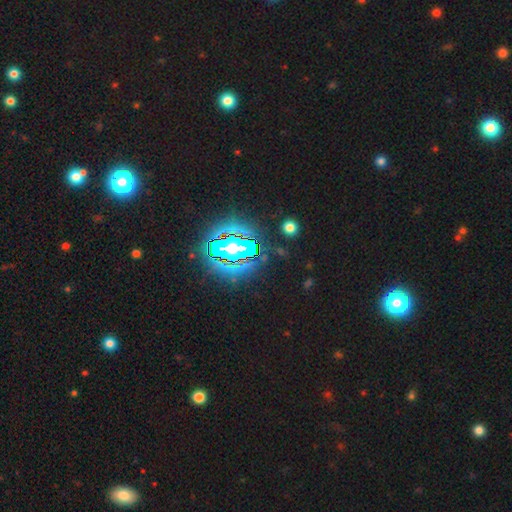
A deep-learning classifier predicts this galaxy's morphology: smooth_or_featured: star or artifact (p=0.83) [alt: smooth p=0.10]